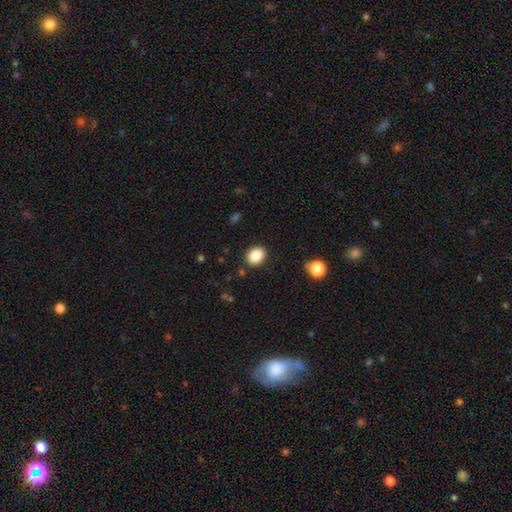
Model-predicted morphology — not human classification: smooth-or-featured: smooth: 87% | star or artifact: 9% | featured or disk: 4%
  how-rounded: in between: 54% | round: 45% | cigar-shaped: 1%
  merging: none: 88% | minor disturbance: 8% | major disturbance: 2% | merger: 1%